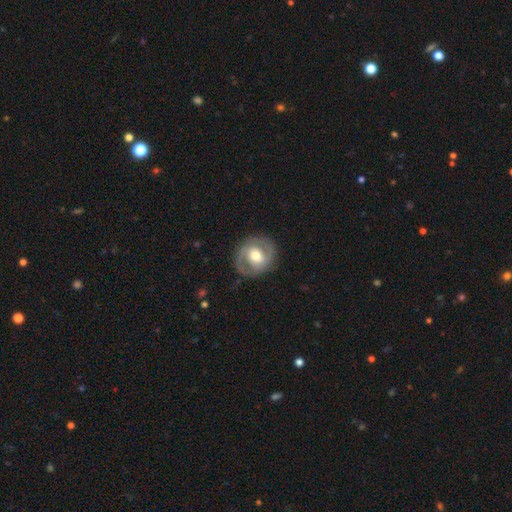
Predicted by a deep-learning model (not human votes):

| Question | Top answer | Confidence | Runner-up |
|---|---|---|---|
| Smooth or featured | featured or disk | 68% | smooth (27%) |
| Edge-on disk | no | 97% | yes (3%) |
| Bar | no | 48% | weak (35%) |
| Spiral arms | yes | 71% | no (29%) |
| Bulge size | moderate | 69% | small (14%) |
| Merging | none | 83% | minor disturbance (11%) |